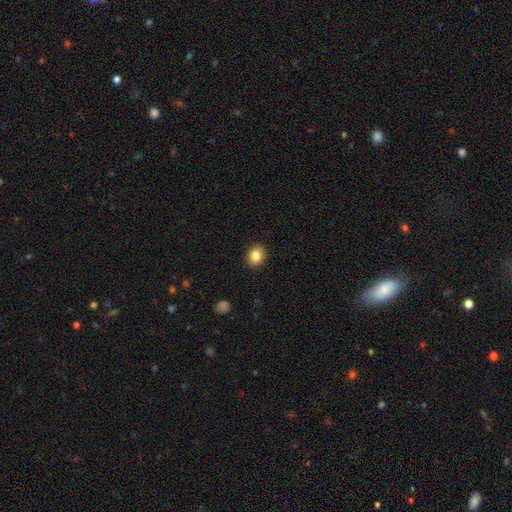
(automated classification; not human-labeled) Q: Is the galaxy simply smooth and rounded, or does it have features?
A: smooth — 83%.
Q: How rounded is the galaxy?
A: round — 57%.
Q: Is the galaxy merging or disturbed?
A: none — 90%.